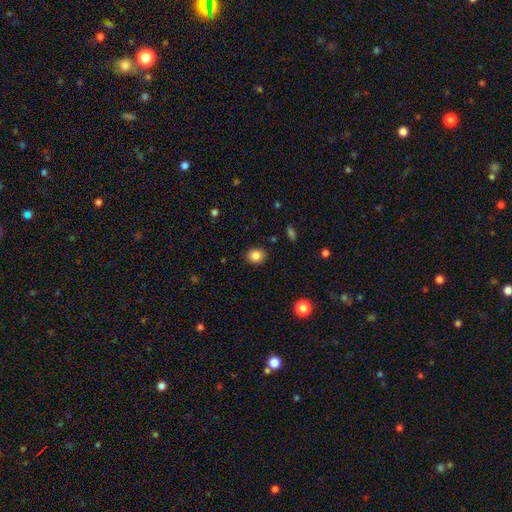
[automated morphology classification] smooth-or-featured: smooth: 85% | star or artifact: 10% | featured or disk: 5%
  how-rounded: round: 70% | in between: 29% | cigar-shaped: 1%
  merging: none: 89% | minor disturbance: 7% | major disturbance: 2% | merger: 1%